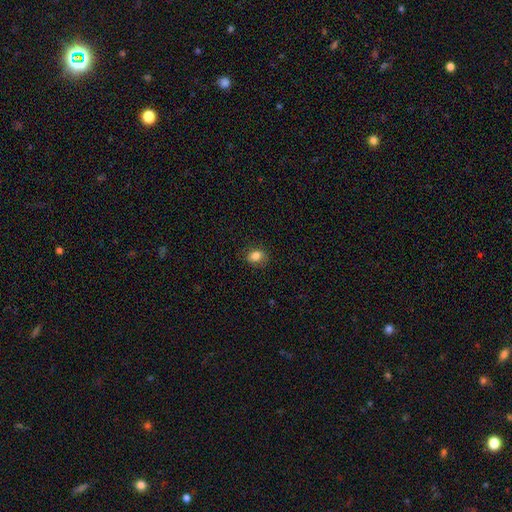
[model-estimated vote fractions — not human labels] Q: Smooth or featured?
A: smooth (84%); runner-up: star or artifact (10%)
Q: How rounded?
A: in between (56%); runner-up: round (43%)
Q: Merging?
A: none (84%); runner-up: minor disturbance (12%)